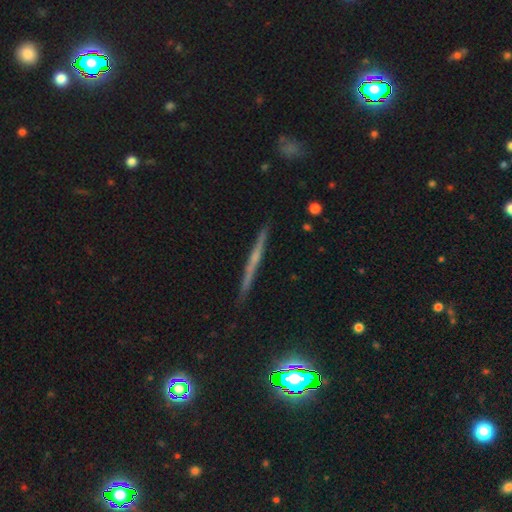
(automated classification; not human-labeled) Smooth or featured? Predicted: featured or disk (p=0.62). Edge-on disk? Predicted: yes (p=0.97). Edge-on bulge? Predicted: none (p=0.61). Merging? Predicted: none (p=0.89).